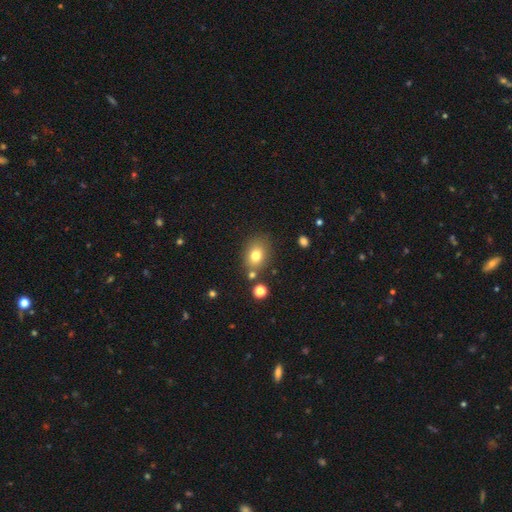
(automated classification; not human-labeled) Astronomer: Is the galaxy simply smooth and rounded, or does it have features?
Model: smooth — 77%.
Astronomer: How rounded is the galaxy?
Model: in between — 60% (runner-up: round, 39%).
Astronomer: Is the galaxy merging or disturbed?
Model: none — 74%.